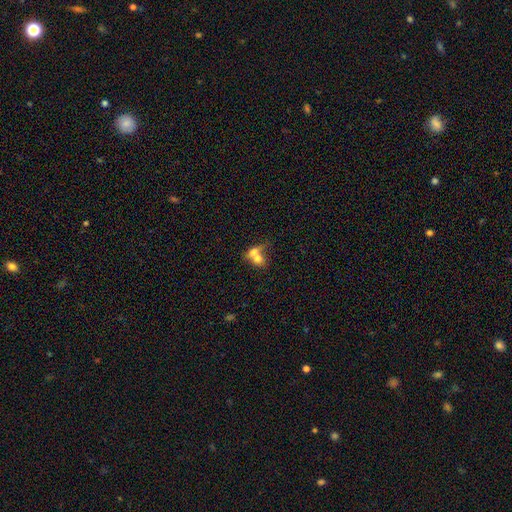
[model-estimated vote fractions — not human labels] This is likely a smooth galaxy (69%). How rounded: possibly round (49%). Merging: likely merger (74%).